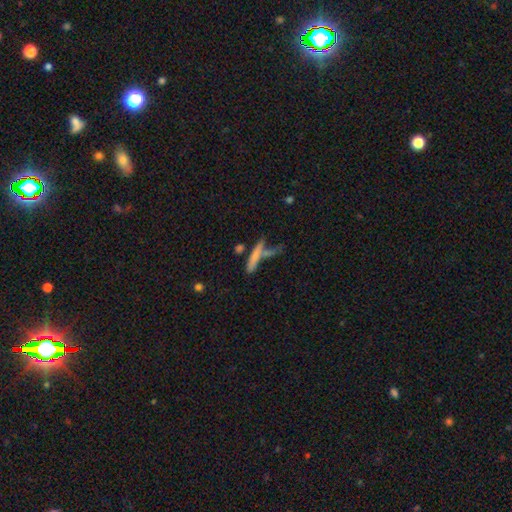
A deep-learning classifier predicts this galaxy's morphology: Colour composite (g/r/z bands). It shows a smooth galaxy with no disk features (67%) that is cigar-shaped (86%). Merging: none (49%).